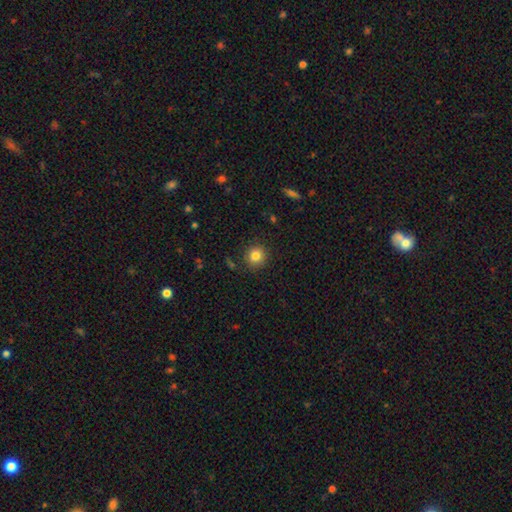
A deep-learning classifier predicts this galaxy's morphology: smooth 82%, star or artifact 11%, featured or disk 6%. Down the decision tree: how rounded — round (92%); merging — none (90%).